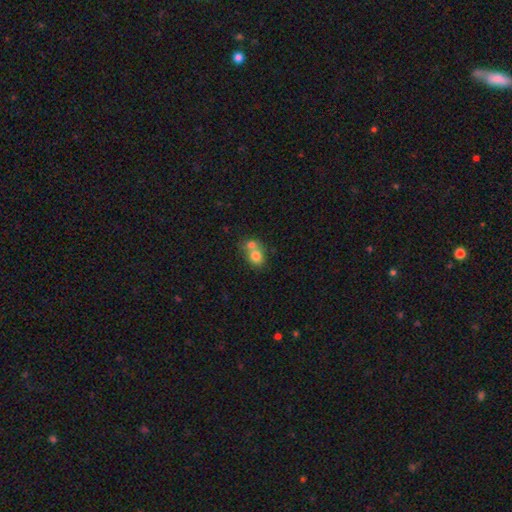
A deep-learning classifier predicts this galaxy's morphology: This appears to be a smooth galaxy with no disk features (76%) that is round (62%). Merging: merger (63%).